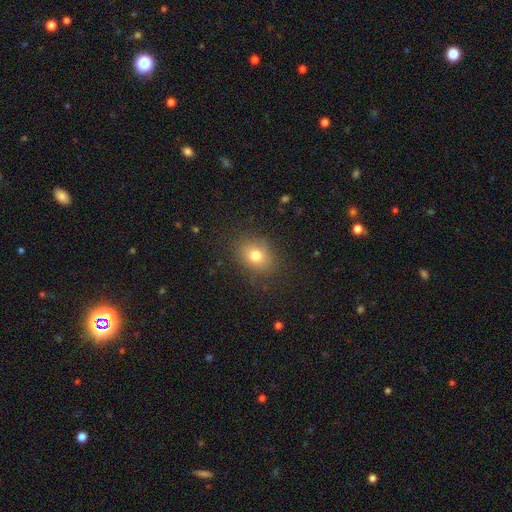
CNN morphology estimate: A smooth galaxy with no disk features (77%) that is in between round and cigar-shaped (53%).

Vote fractions:
- Smooth or featured? smooth: 77% / star or artifact: 12% / featured or disk: 11%
- How rounded? in between: 53% / round: 46% / cigar-shaped: 1%
- Merging? none: 82% / minor disturbance: 13% / major disturbance: 5% / merger: 1%